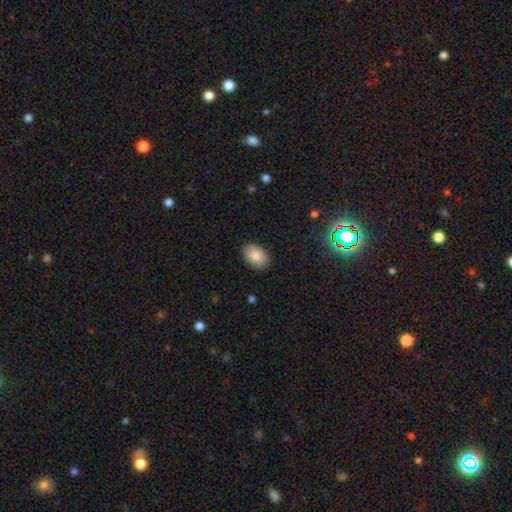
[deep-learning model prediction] Smooth or featured? Predicted: smooth (p=0.87). How rounded? Predicted: in between (p=0.90). Merging? Predicted: none (p=0.87).